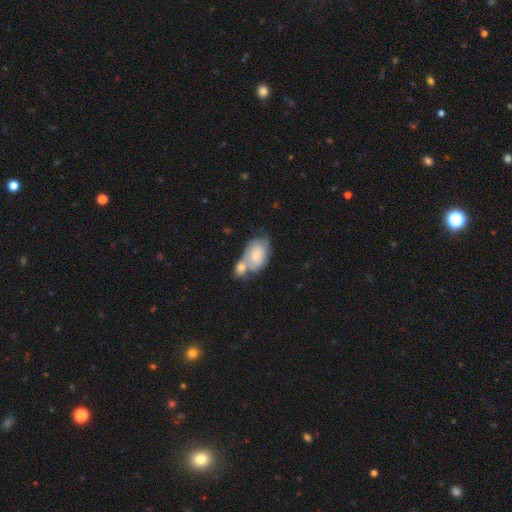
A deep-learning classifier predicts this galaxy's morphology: Smooth or featured?
  - smooth: 61% *
  - featured or disk: 33%
  - star or artifact: 6%
How rounded?
  - in between: 86% *
  - round: 12%
  - cigar-shaped: 2%
Merging?
  - merger: 58% *
  - none: 21%
  - minor disturbance: 14%
  - major disturbance: 6%